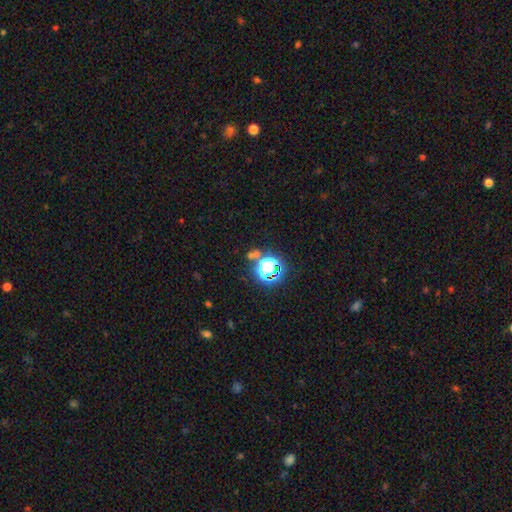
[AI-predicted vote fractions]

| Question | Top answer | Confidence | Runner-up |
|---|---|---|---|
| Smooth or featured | star or artifact | 67% | smooth (25%) |